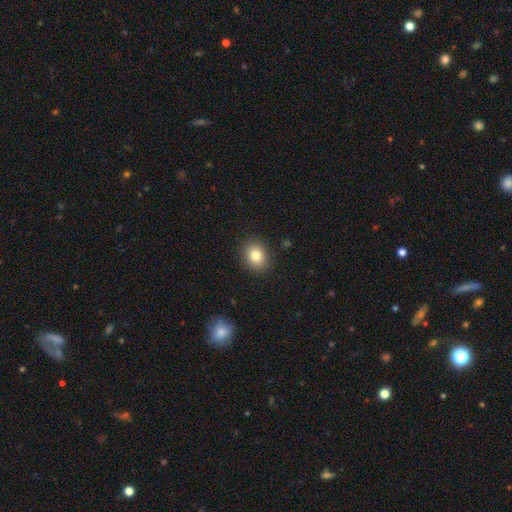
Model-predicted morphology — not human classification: Overall: smooth (82%). How rounded: round (56%; in between 43%). Merging: none (89%).